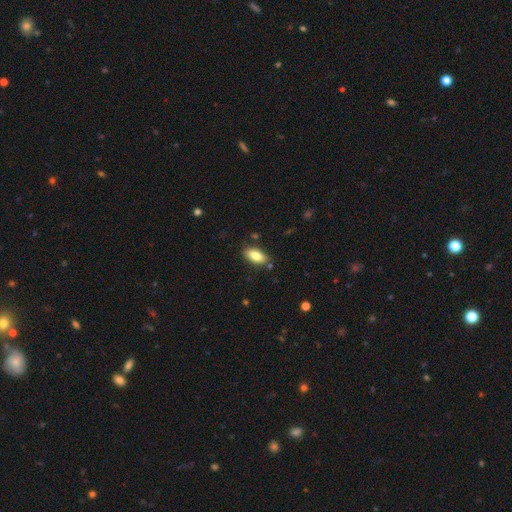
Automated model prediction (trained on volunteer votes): Smooth or featured?
  - smooth: 83% *
  - featured or disk: 10%
  - star or artifact: 7%
How rounded?
  - in between: 90% *
  - cigar-shaped: 7%
  - round: 3%
Merging?
  - none: 83% *
  - minor disturbance: 12%
  - merger: 3%
  - major disturbance: 3%